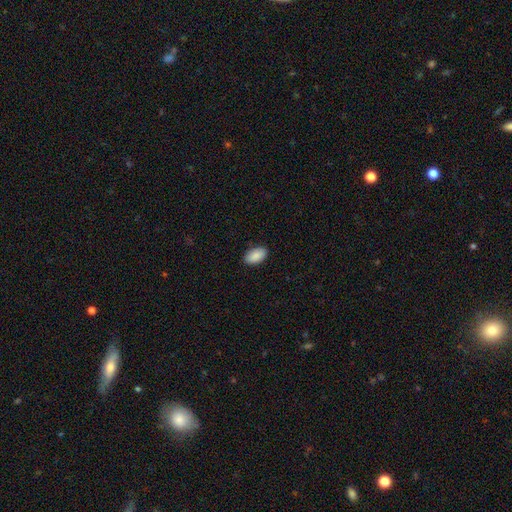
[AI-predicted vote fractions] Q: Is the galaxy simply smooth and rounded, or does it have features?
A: smooth — 90%.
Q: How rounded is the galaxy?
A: in between — 95%.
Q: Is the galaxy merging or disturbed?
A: none — 89%.